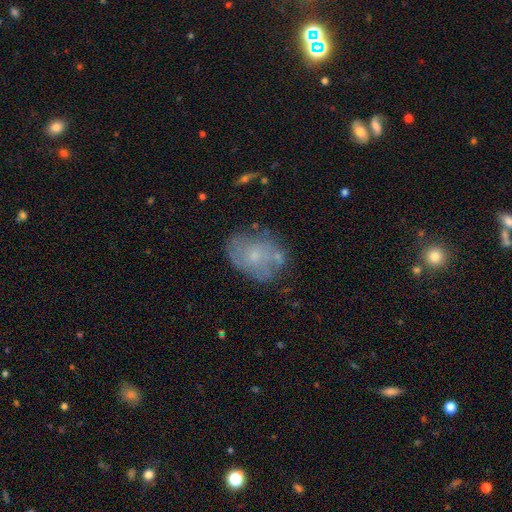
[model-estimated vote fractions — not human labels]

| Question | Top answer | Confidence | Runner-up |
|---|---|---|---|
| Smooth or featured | featured or disk | 53% | smooth (37%) |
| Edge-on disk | no | 97% | yes (3%) |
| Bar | no | 84% | weak (14%) |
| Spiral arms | yes | 52% | no (48%) |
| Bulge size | small | 65% | moderate (26%) |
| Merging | none | 60% | minor disturbance (24%) |